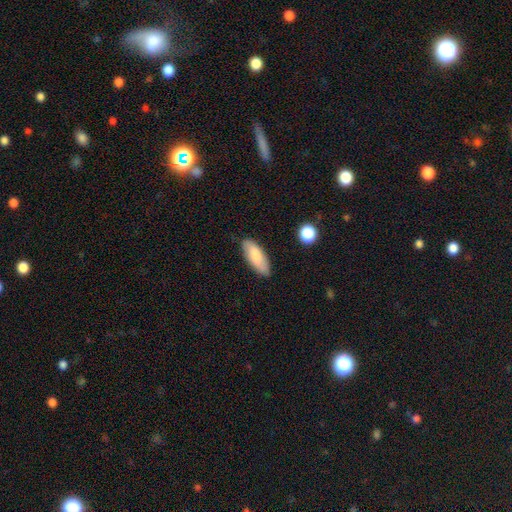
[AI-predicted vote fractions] This is likely a smooth galaxy (79%). How rounded: likely in between (76%). Merging: clearly none (83%).